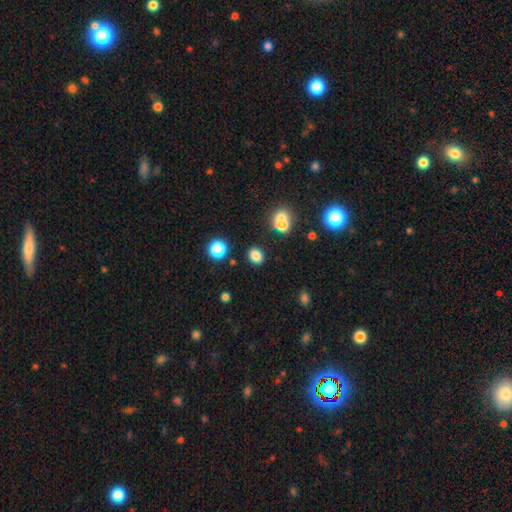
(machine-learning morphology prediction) The model was most divided on "how rounded": round: 50%, in between: 49%, cigar-shaped: 1%. More confident: merging — none (85%); smooth or featured — smooth (81%).